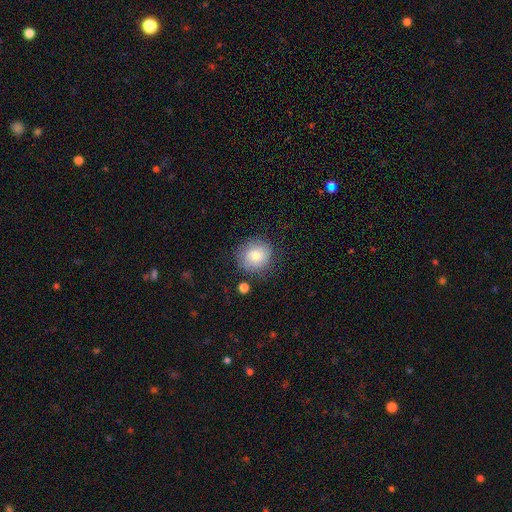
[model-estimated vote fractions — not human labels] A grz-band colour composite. It shows a smooth galaxy with no disk features (71%) that is round (85%). Merging: none (78%).